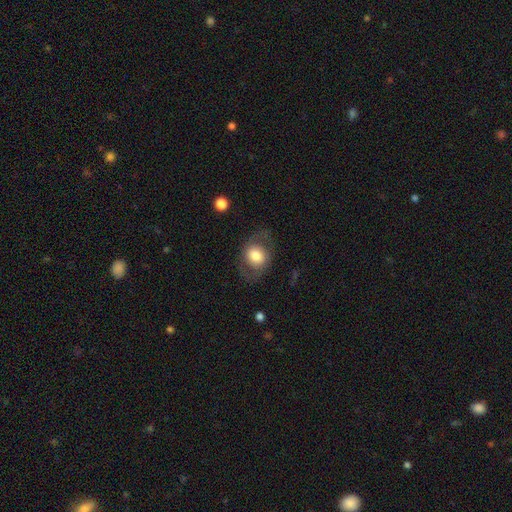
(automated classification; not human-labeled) A smooth galaxy with no disk features (62%) that is round (55%).

Vote fractions:
- Smooth or featured? smooth: 62% / featured or disk: 31% / star or artifact: 7%
- How rounded? round: 55% / in between: 44% / cigar-shaped: 1%
- Merging? none: 71% / minor disturbance: 15% / major disturbance: 12% / merger: 1%